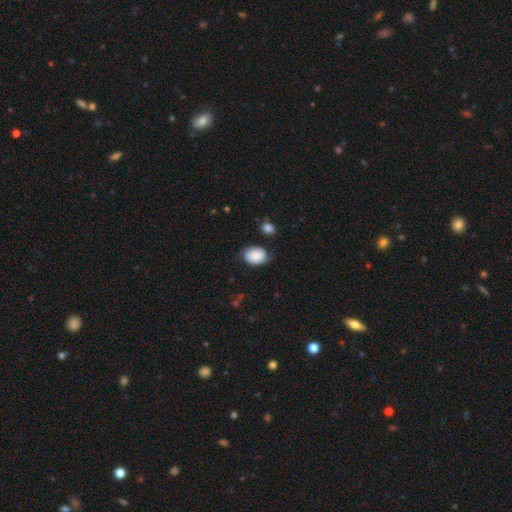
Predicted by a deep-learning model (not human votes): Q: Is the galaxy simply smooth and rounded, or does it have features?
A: smooth — 80%.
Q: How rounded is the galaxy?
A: in between — 66%.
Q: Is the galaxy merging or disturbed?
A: none — 68%.